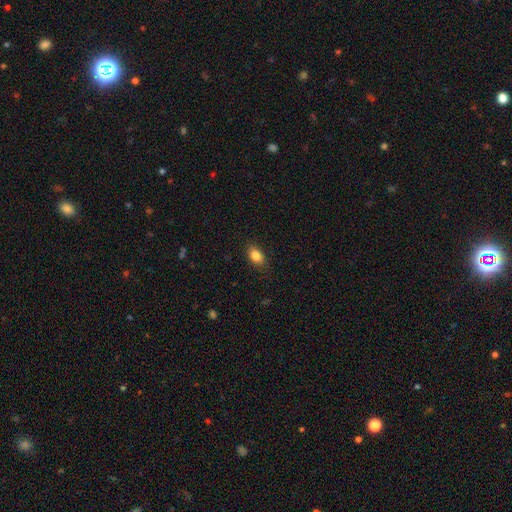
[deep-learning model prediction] Smooth or featured? smooth (85%)
How rounded? in between (85%)
Merging? none (86%)